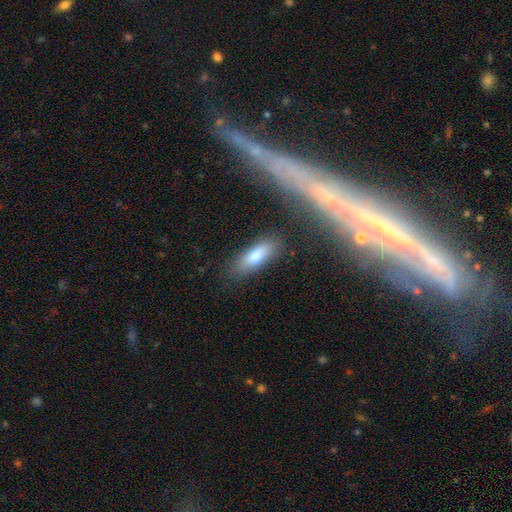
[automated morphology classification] smooth 77%, featured or disk 15%, star or artifact 8%. Down the decision tree: how rounded — in between (61%); merging — none (80%).